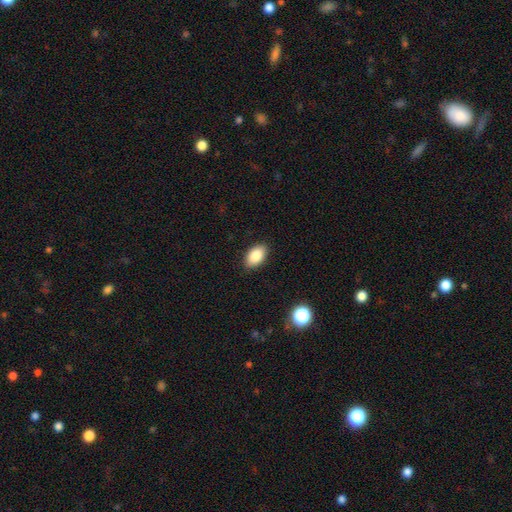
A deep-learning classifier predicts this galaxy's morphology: smooth 87%, star or artifact 8%, featured or disk 6%. Down the decision tree: how rounded — in between (92%); merging — none (88%).